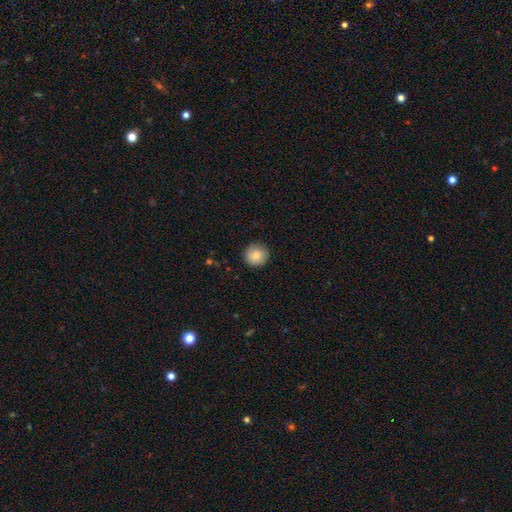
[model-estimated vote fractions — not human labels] A smooth galaxy with no disk features (83%) that is round (94%).

Vote fractions:
- Smooth or featured? smooth: 83% / featured or disk: 9% / star or artifact: 8%
- How rounded? round: 94% / in between: 5% / cigar-shaped: 1%
- Merging? none: 89% / minor disturbance: 8% / major disturbance: 2% / merger: 1%